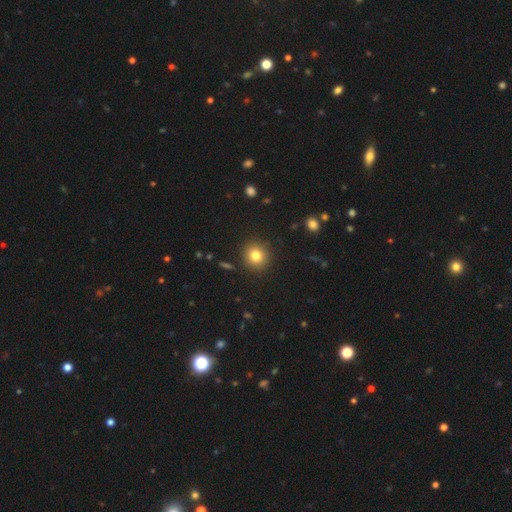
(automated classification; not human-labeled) Smooth or featured? smooth (81%)
How rounded? round (91%)
Merging? none (91%)